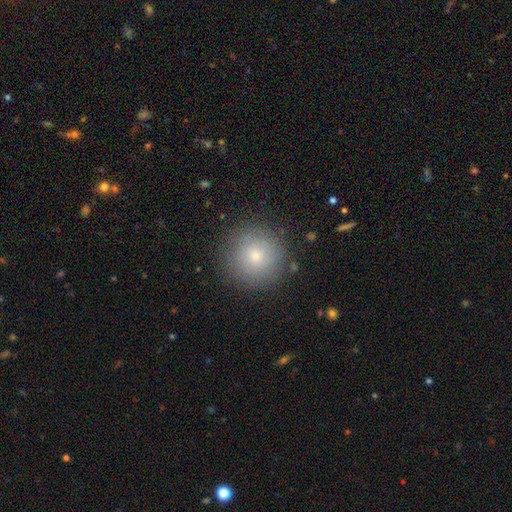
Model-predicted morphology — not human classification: The model was most divided on "smooth or featured": smooth: 77%, featured or disk: 12%, star or artifact: 11%. More confident: how rounded — round (96%); merging — none (87%).